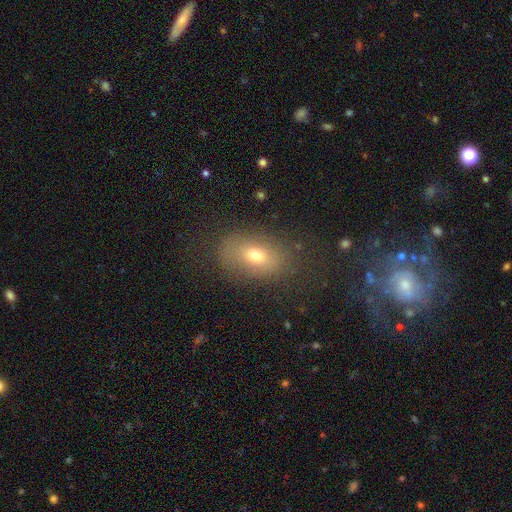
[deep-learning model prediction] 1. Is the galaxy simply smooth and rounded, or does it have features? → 66% smooth, 21% featured or disk, 14% star or artifact.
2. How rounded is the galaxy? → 81% in between, 17% round, 2% cigar-shaped.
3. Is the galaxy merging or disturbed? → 73% none, 16% minor disturbance, 9% major disturbance, 2% merger.